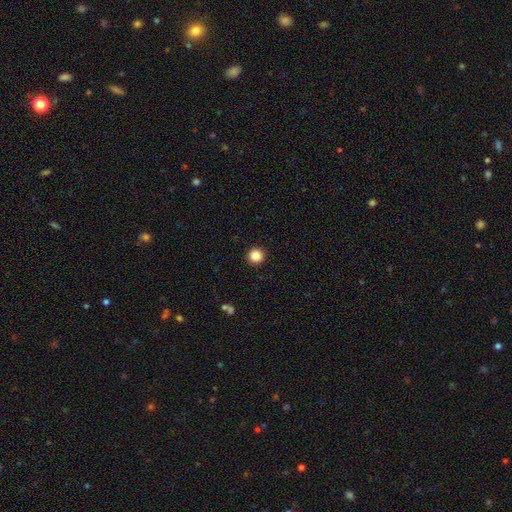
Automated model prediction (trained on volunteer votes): Smooth or featured? Predicted: smooth (p=0.86). How rounded? Predicted: round (p=0.94). Merging? Predicted: none (p=0.93).